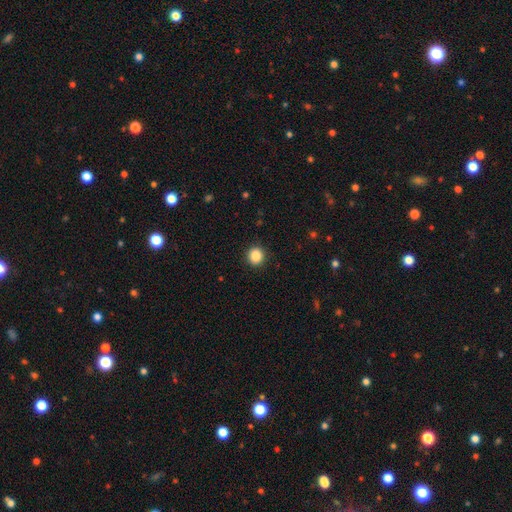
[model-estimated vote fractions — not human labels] This appears to be a smooth galaxy with no disk features (88%) that is round (91%). Merging: none (91%).